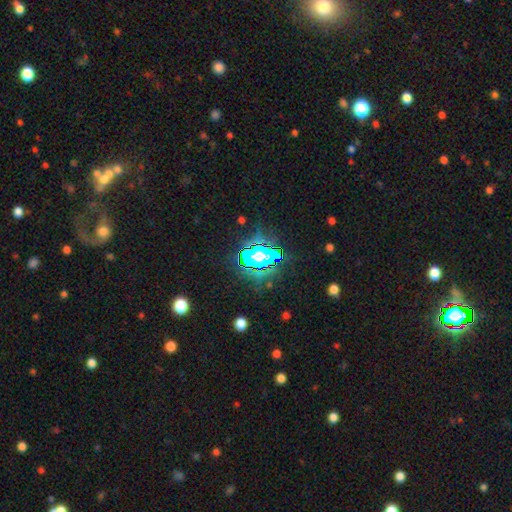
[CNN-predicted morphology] This is likely a star or artifact rather than a galaxy (61%).